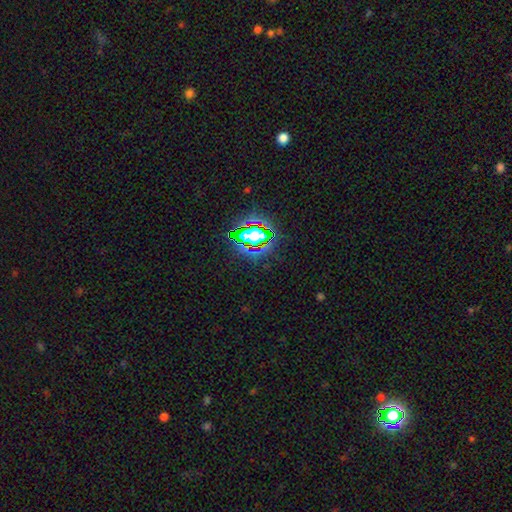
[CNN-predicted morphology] star or artifact 70%, smooth 19%, featured or disk 11%.